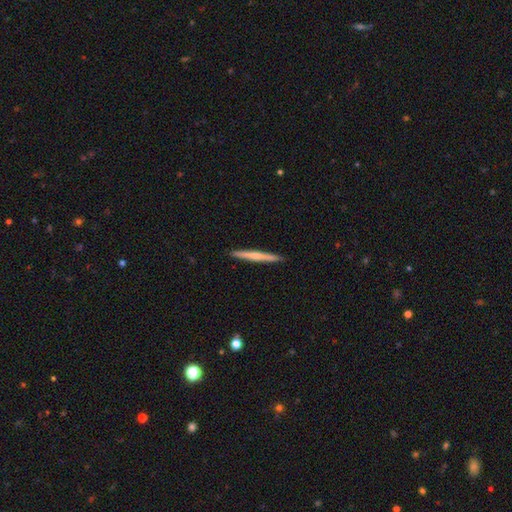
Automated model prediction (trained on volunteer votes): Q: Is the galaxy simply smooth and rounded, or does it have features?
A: featured or disk — 48%.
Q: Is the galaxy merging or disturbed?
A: none — 93%.